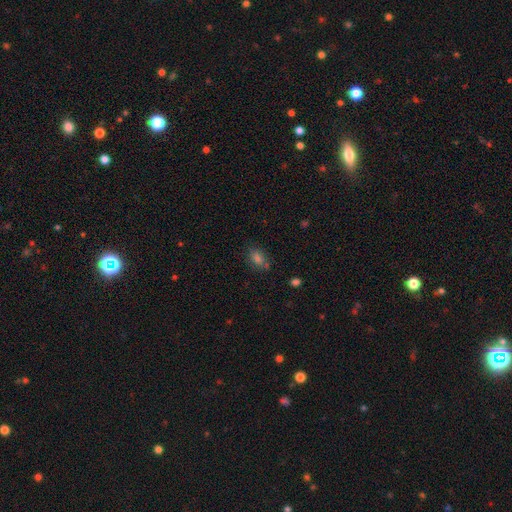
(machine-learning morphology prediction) Smooth or featured? smooth (63%)
How rounded? in between (71%)
Merging? none (77%)